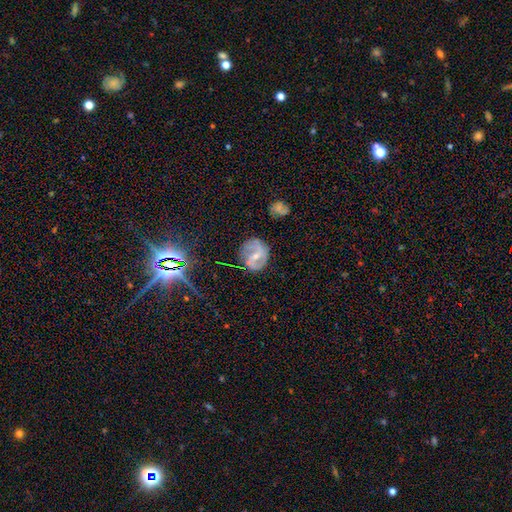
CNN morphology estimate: type=featured or disk (71%); edge-on=no (97%); bar=weak (48%); spiral arms=yes (84%); winding=medium (46%); arm count=2 (78%); bulge=small (56%); merging=none (68%).